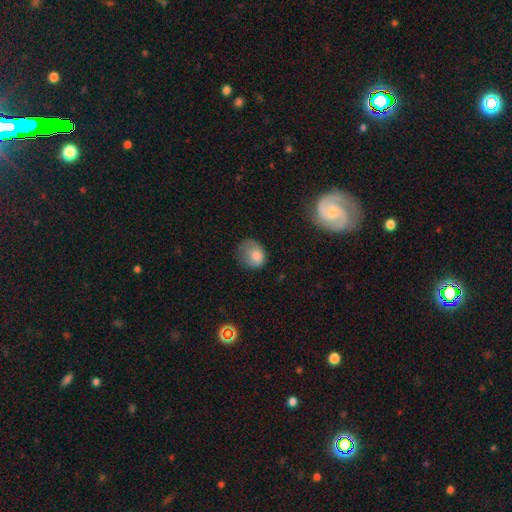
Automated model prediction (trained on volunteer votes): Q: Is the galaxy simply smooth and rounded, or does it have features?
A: smooth — 77%.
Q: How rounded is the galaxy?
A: round — 52%.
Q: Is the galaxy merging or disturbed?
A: none — 41%.